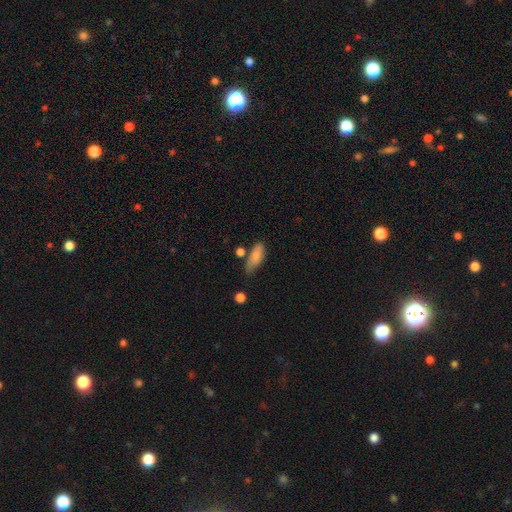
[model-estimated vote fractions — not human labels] Overall: smooth (82%). How rounded: in between (74%). Merging: none (50%; minor disturbance 32%).